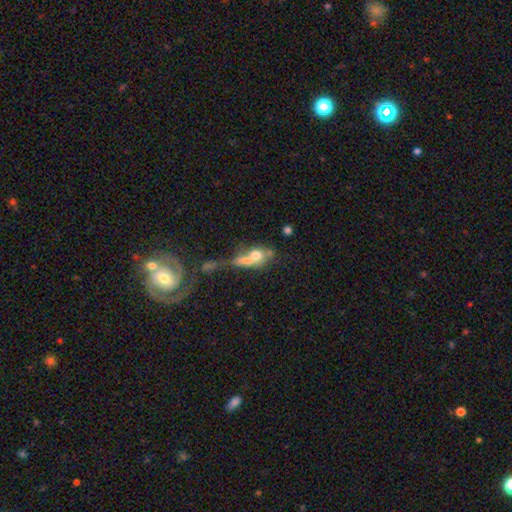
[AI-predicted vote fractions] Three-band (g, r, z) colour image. It shows a smooth galaxy with no disk features (60%) that is in between round and cigar-shaped (55%). Merging: merger (61%).